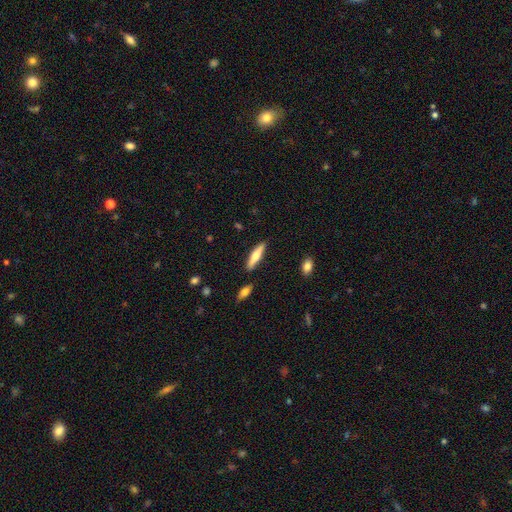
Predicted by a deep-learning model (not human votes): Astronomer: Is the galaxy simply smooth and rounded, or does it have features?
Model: smooth — 59% (runner-up: featured or disk, 35%).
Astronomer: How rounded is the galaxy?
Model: cigar-shaped — 77%.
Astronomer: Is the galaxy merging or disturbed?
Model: none — 87%.